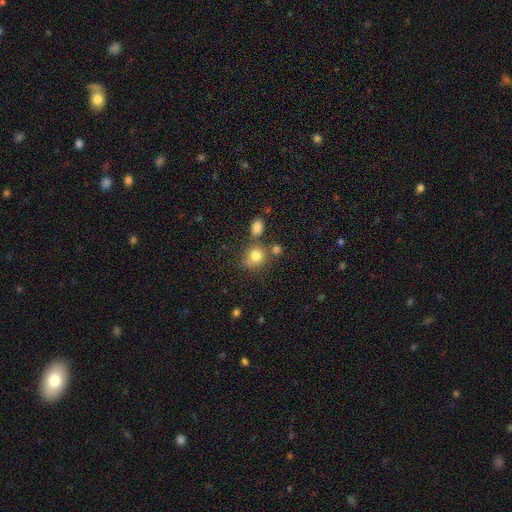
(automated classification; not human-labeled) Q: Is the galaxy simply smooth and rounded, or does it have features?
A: smooth — 79%.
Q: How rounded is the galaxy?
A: round — 72%.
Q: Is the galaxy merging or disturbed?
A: none — 59%.